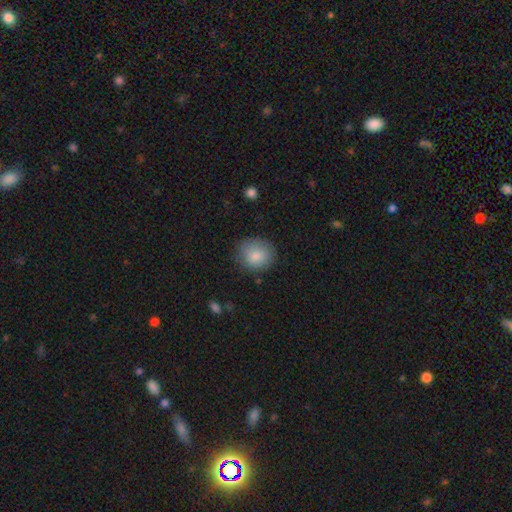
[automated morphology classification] Smooth or featured? smooth (84%)
How rounded? round (75%)
Merging? none (77%)